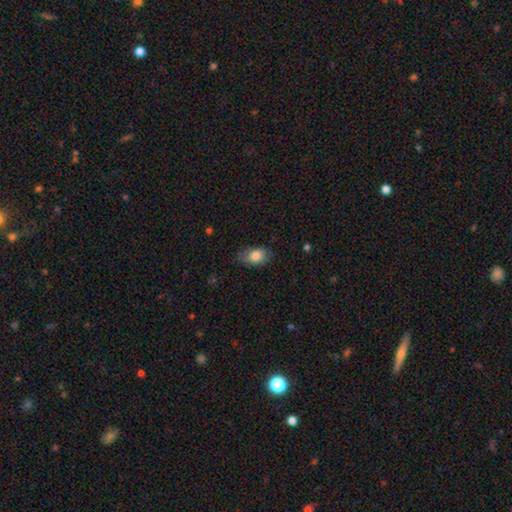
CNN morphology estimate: This is clearly a smooth galaxy (80%). How rounded: clearly in between (88%). Merging: likely none (69%).